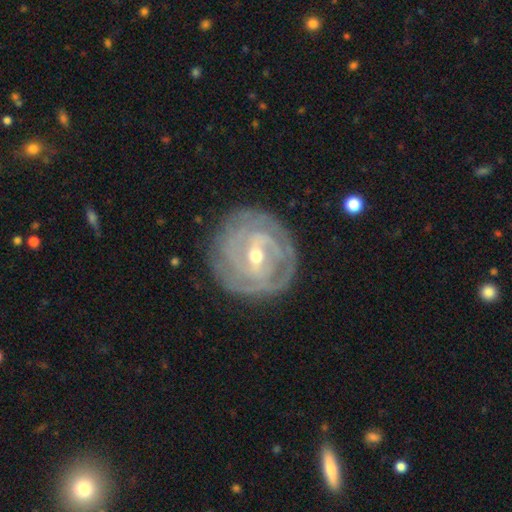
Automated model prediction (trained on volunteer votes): This is clearly a featured or disk galaxy (86%). It is clearly not viewed edge-on (96%). Bar: possibly weak (48%). Spiral arm pattern: clearly yes (94%). Spiral arm count: marginally can't tell (34%). Spiral winding: clearly tight (81%). Central bulge: possibly moderate (50%). Merging: clearly none (82%).